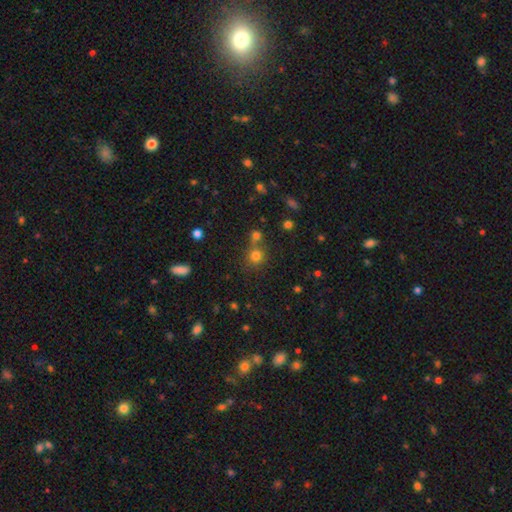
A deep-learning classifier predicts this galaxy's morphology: smooth_or_featured: smooth (p=0.74) [alt: star or artifact p=0.18]
how_rounded: round (p=0.88) [alt: in between p=0.11]
merging: none (p=0.59) [alt: merger p=0.28]